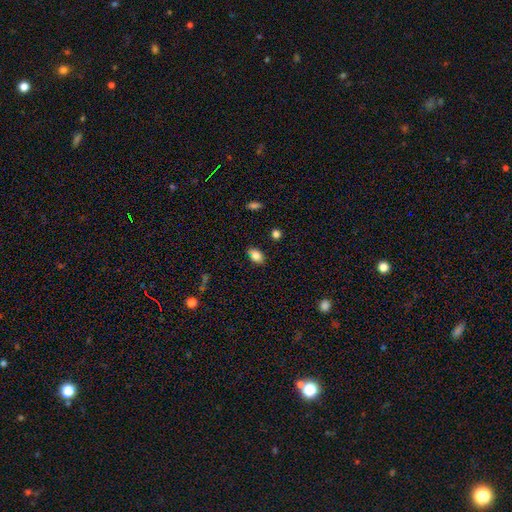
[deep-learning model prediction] Morphology: type=smooth (84%); roundness=in between (87%); merging=none (83%).